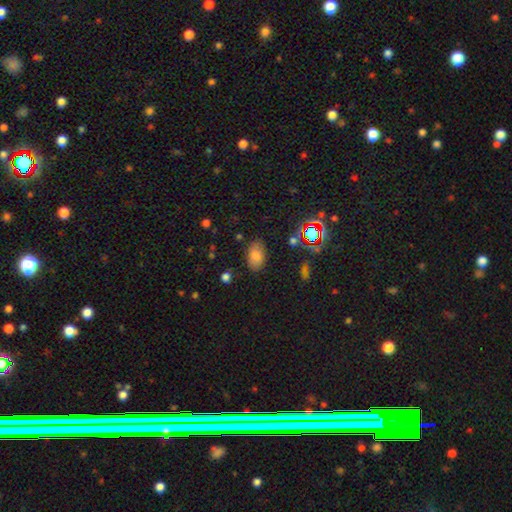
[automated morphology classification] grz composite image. It shows a smooth galaxy with no disk features (77%) that is in between round and cigar-shaped (92%). Merging: none (80%).